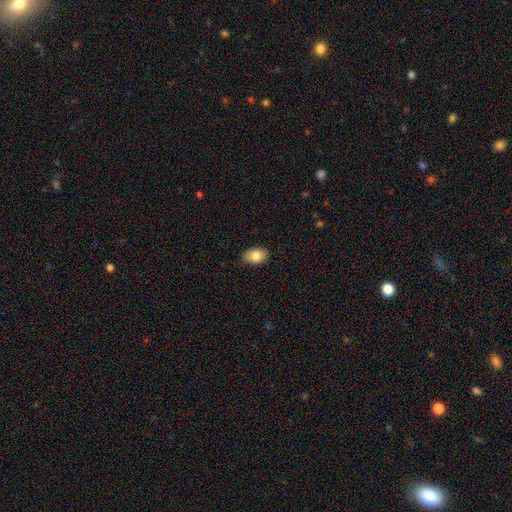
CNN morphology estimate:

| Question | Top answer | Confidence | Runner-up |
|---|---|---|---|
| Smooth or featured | smooth | 84% | featured or disk (9%) |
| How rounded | in between | 89% | round (10%) |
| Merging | none | 86% | minor disturbance (11%) |